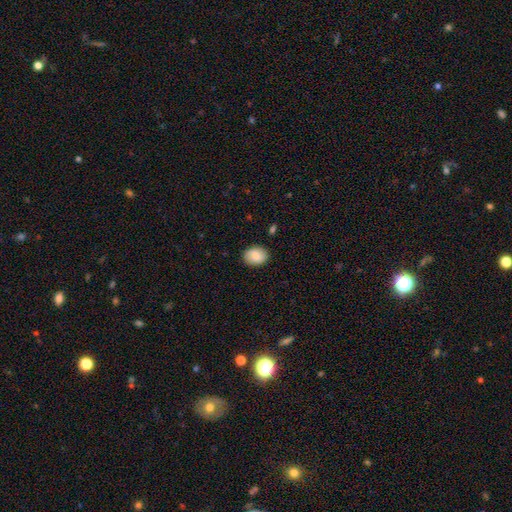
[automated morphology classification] The model was most divided on "how rounded": in between: 58%, round: 41%, cigar-shaped: 1%. More confident: merging — none (87%); smooth or featured — smooth (83%).